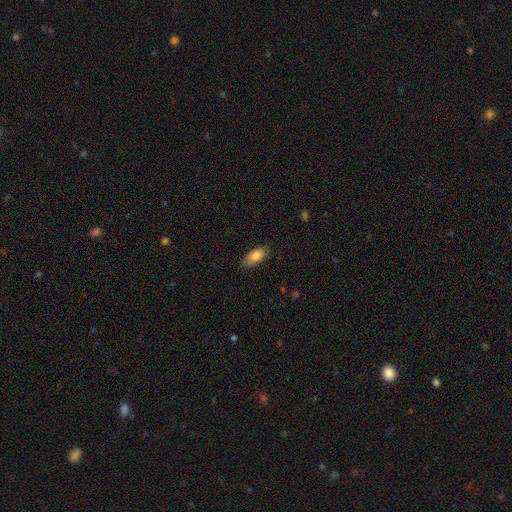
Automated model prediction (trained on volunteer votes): Morphology: type=smooth (83%); roundness=in between (87%); merging=none (79%).